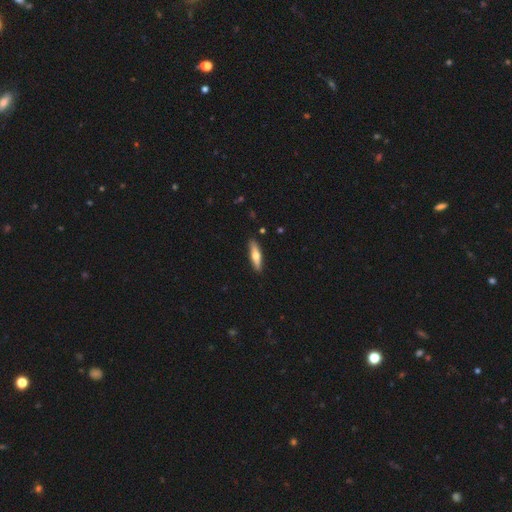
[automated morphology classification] smooth 55%, featured or disk 40%, star or artifact 5%. Down the decision tree: how rounded — cigar-shaped (70%); merging — none (89%).